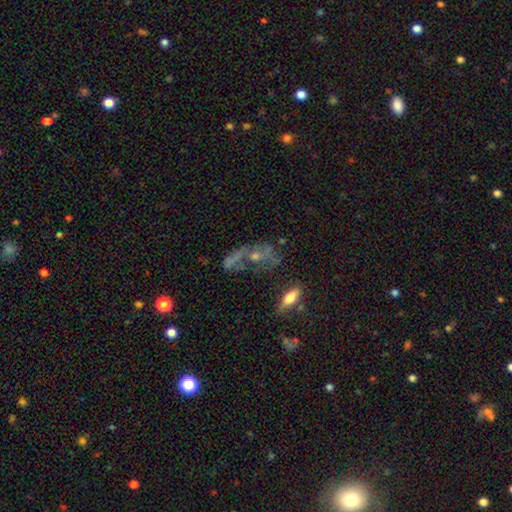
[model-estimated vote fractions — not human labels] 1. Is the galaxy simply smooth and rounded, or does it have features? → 46% featured or disk, 30% smooth, 24% star or artifact.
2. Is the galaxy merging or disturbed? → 33% none, 32% major disturbance, 19% merger, 16% minor disturbance.